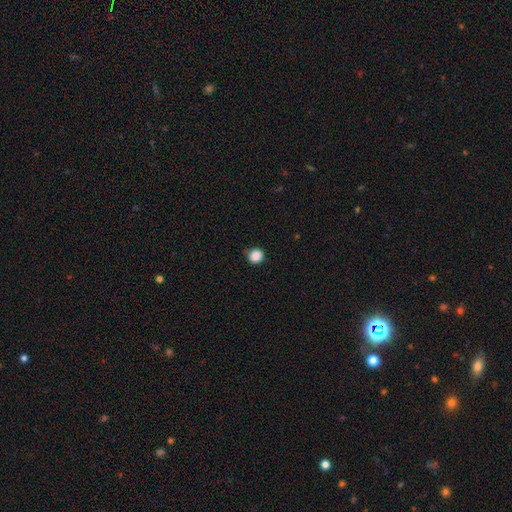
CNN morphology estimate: Smooth or featured: smooth — 87% (star or artifact — 10%)
How rounded: round — 91% (in between — 8%)
Merging: none — 83% (minor disturbance — 13%)